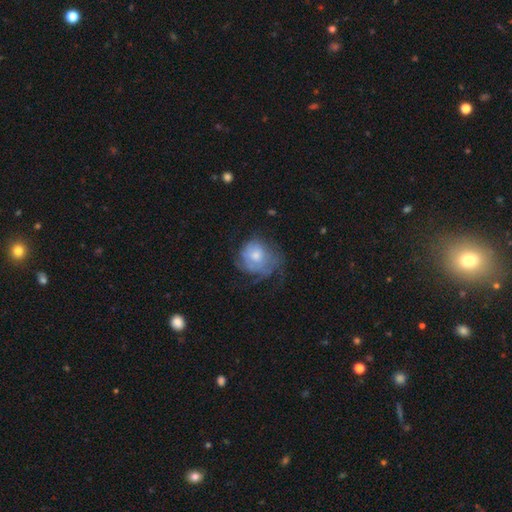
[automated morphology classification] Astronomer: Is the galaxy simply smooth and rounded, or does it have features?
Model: smooth — 50% (runner-up: featured or disk, 41%).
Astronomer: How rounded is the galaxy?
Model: round — 70%.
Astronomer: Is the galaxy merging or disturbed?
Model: none — 43% (runner-up: major disturbance, 30%).